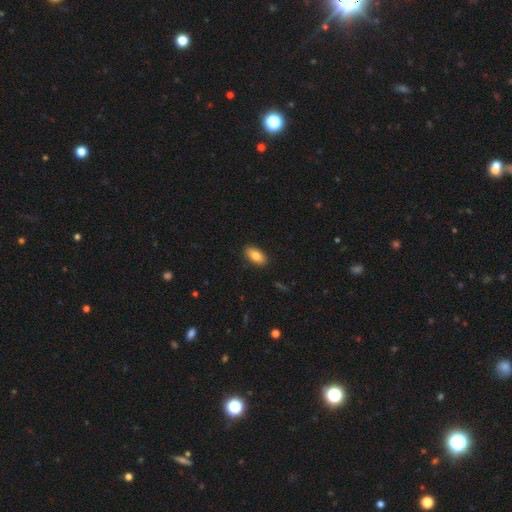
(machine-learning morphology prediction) Smooth or featured?
  - smooth: 85% *
  - featured or disk: 8%
  - star or artifact: 7%
How rounded?
  - in between: 92% *
  - cigar-shaped: 5%
  - round: 3%
Merging?
  - none: 89% *
  - minor disturbance: 8%
  - major disturbance: 2%
  - merger: 1%